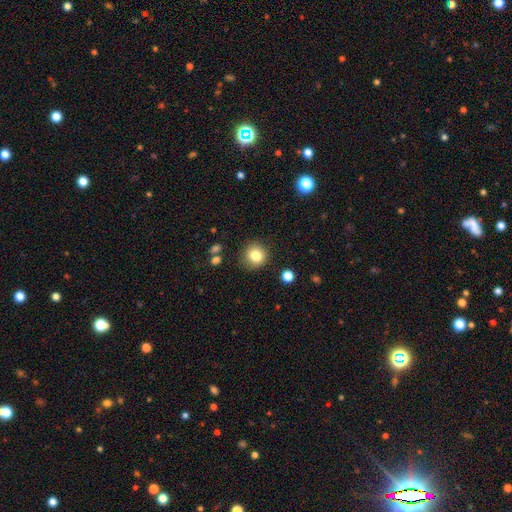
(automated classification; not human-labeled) Smooth or featured? smooth (82%)
How rounded? round (90%)
Merging? none (86%)